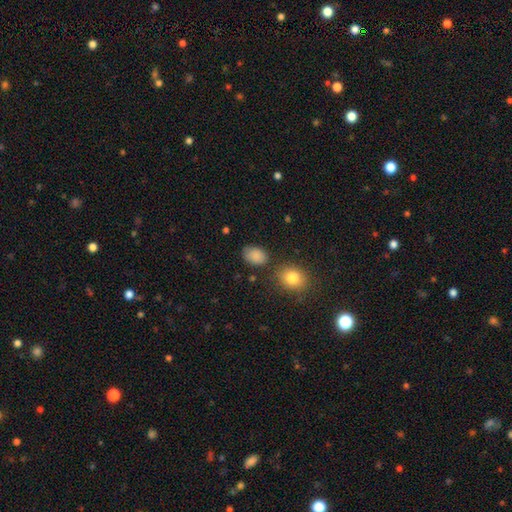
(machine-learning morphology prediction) A smooth galaxy with no disk features (87%) that is in between round and cigar-shaped (80%). Merging: none (75%).